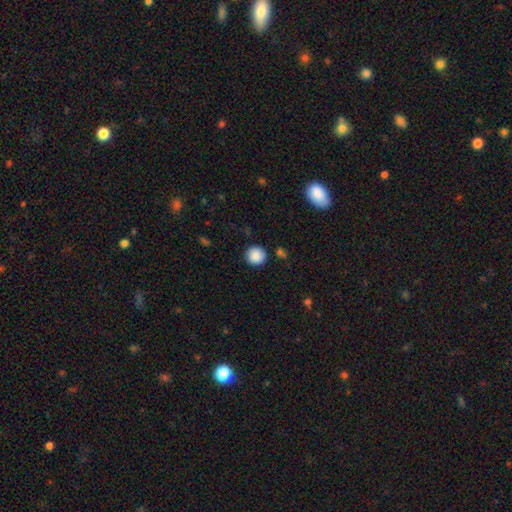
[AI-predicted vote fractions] A smooth galaxy with no disk features (88%) that is round (94%).

Vote fractions:
- Smooth or featured? smooth: 88% / star or artifact: 9% / featured or disk: 3%
- How rounded? round: 94% / in between: 5% / cigar-shaped: 1%
- Merging? none: 88% / minor disturbance: 7% / major disturbance: 2% / merger: 2%